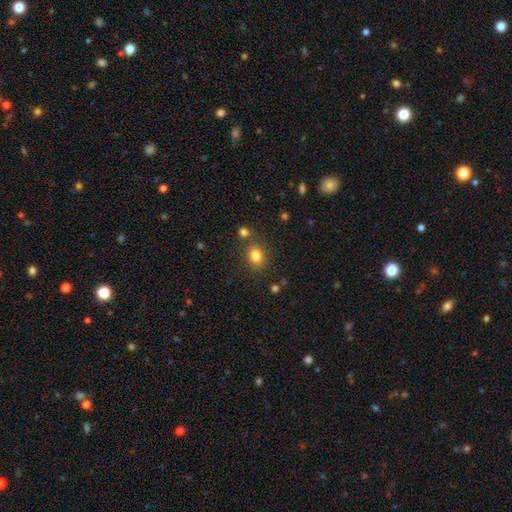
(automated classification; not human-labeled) Smooth or featured? smooth (80%)
How rounded? round (61%)
Merging? none (75%)